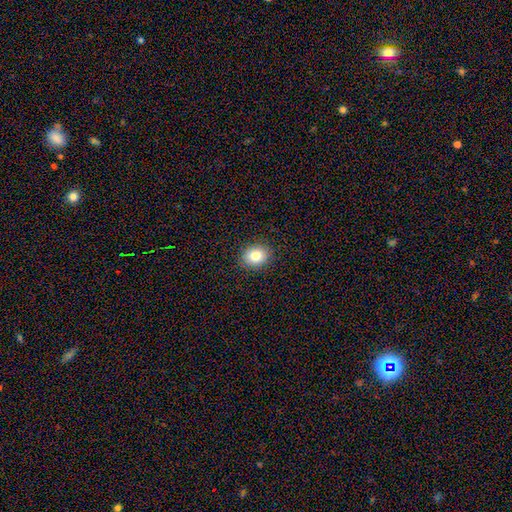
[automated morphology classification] This appears to be a smooth galaxy with no disk features (82%) that is round (56%). Merging: none (89%).